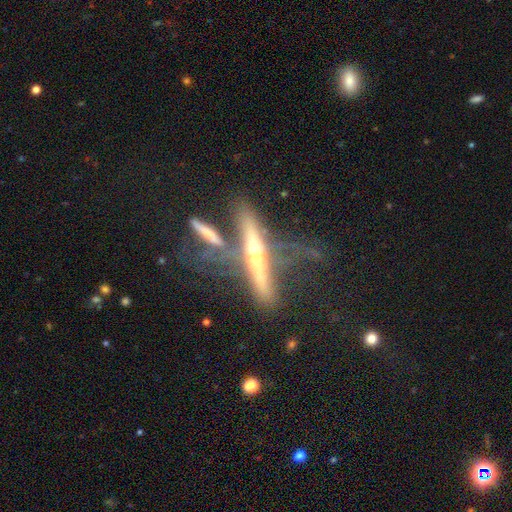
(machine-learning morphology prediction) Smooth or featured? Predicted: featured or disk (p=0.73). Edge-on disk? Predicted: yes (p=0.86). Edge-on bulge? Predicted: rounded (p=0.73). Merging? Predicted: none (p=0.42).